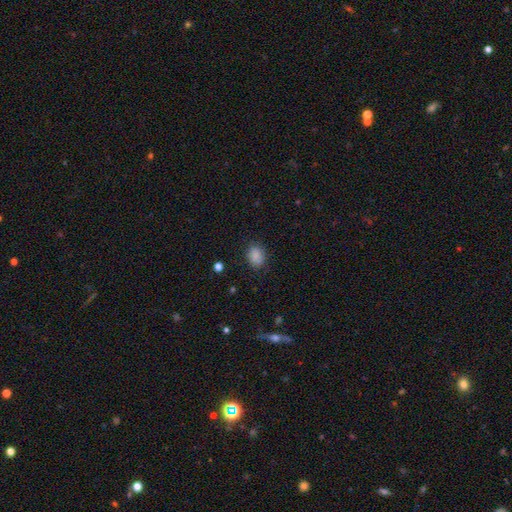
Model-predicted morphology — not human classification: Q: Smooth or featured?
A: smooth (86%); runner-up: star or artifact (9%)
Q: How rounded?
A: in between (61%); runner-up: round (38%)
Q: Merging?
A: none (82%); runner-up: minor disturbance (14%)